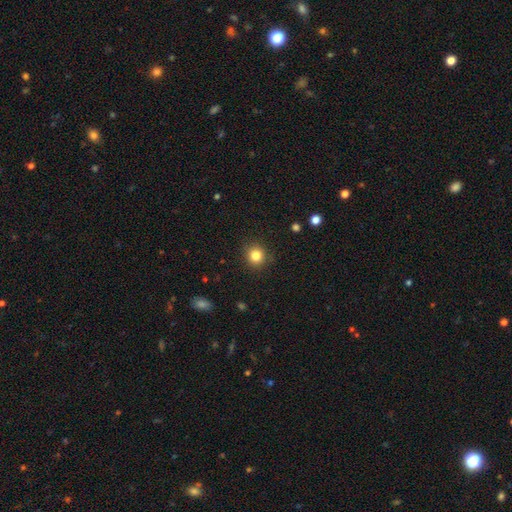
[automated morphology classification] type=smooth (83%); roundness=round (91%); merging=none (90%).